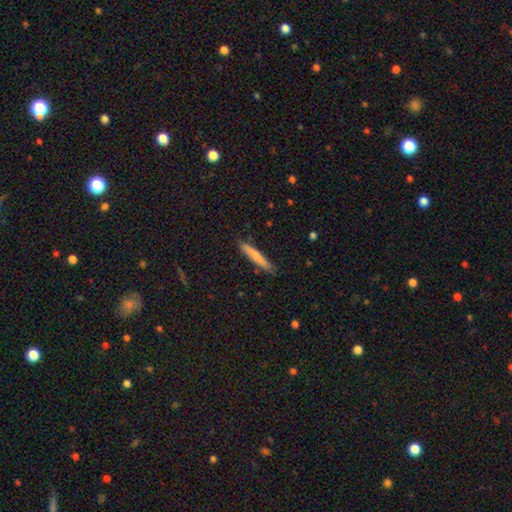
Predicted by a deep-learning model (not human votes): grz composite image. It shows a smooth galaxy with no disk features (70%) that is cigar-shaped (94%). Merging: none (85%).